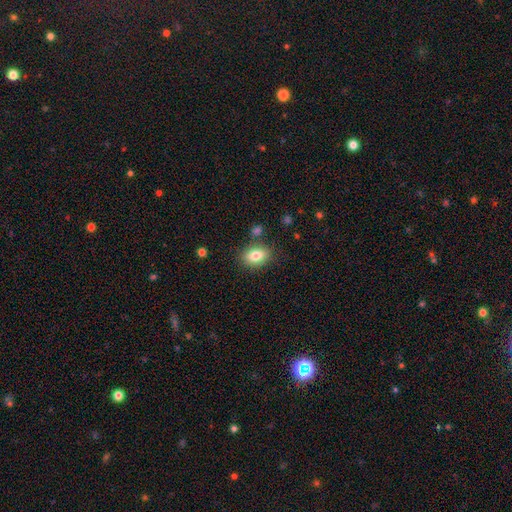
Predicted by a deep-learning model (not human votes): This is clearly a smooth galaxy (80%). How rounded: likely in between (78%). Merging: likely none (80%).